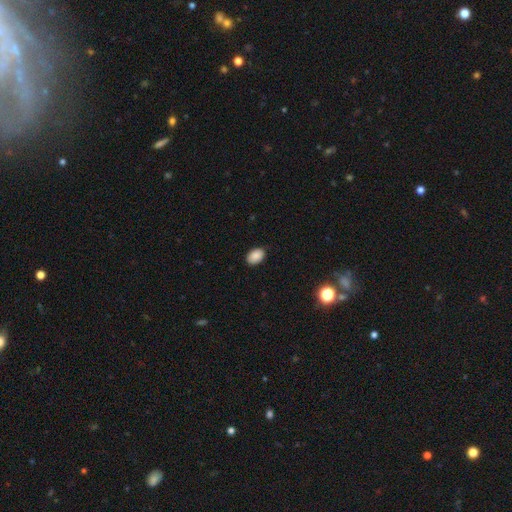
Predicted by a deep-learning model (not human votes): Morphology: type=smooth (88%); roundness=in between (84%); merging=none (85%).